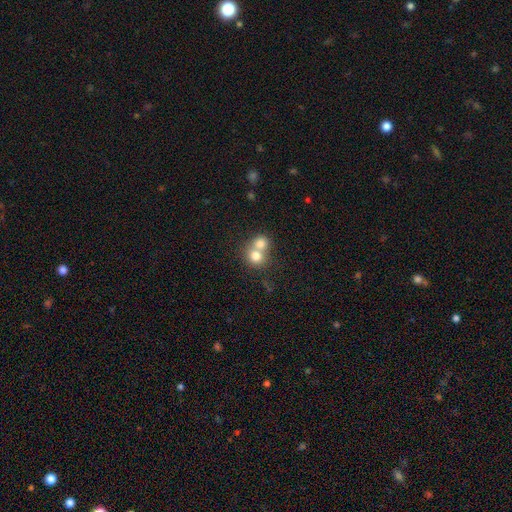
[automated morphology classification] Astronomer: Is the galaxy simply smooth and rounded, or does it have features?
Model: smooth — 74%.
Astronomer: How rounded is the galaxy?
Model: round — 80%.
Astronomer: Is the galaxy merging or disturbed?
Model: merger — 66%.